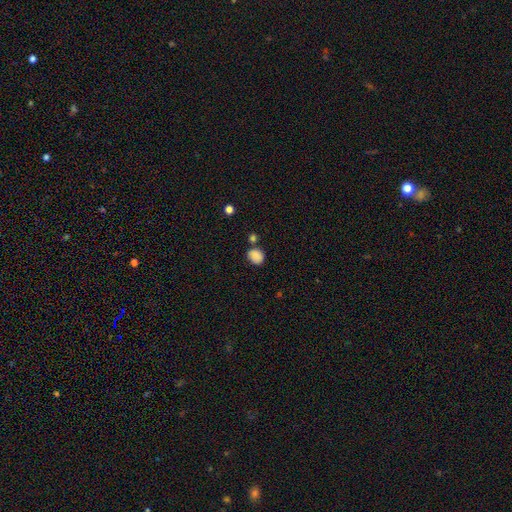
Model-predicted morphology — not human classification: smooth-or-featured: smooth: 87% | star or artifact: 9% | featured or disk: 4%
  how-rounded: round: 55% | in between: 44% | cigar-shaped: 1%
  merging: none: 71% | minor disturbance: 14% | merger: 10% | major disturbance: 4%